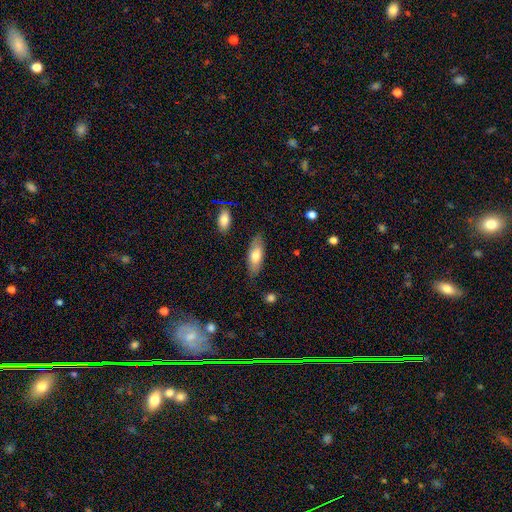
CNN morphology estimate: The model was most divided on "how rounded": in between: 73%, cigar-shaped: 25%, round: 2%. More confident: merging — none (82%); smooth or featured — smooth (72%).